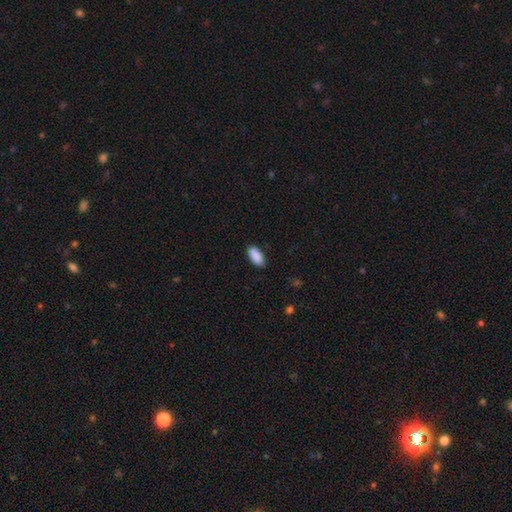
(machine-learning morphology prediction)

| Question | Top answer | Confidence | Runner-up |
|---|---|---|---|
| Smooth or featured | smooth | 90% | star or artifact (7%) |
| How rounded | in between | 90% | cigar-shaped (8%) |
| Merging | none | 87% | minor disturbance (10%) |